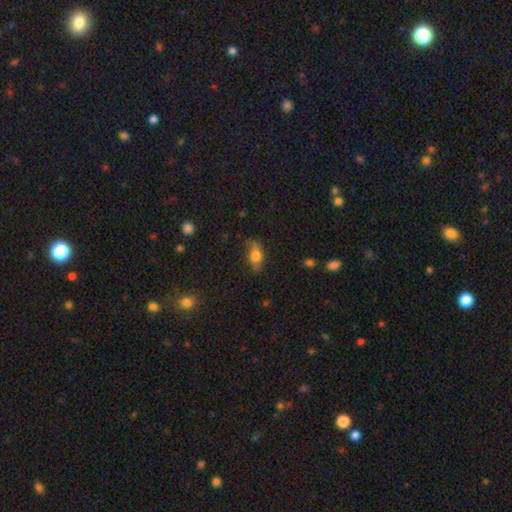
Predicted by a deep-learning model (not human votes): smooth-or-featured: smooth: 67% | featured or disk: 23% | star or artifact: 9%
  how-rounded: in between: 75% | cigar-shaped: 17% | round: 8%
  merging: none: 74% | minor disturbance: 19% | major disturbance: 5% | merger: 2%